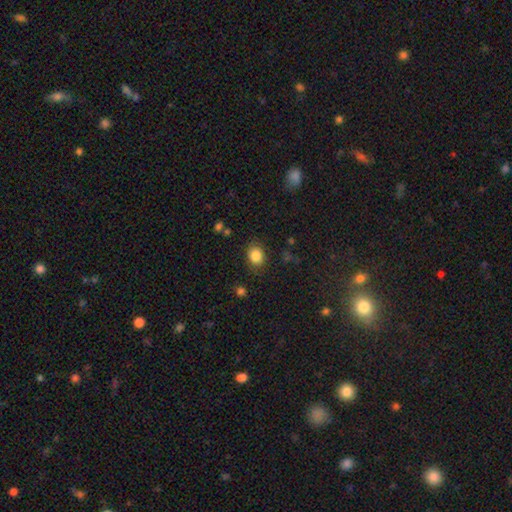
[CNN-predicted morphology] This appears to be a smooth galaxy with no disk features (84%) that is round (52%). Merging: none (81%).